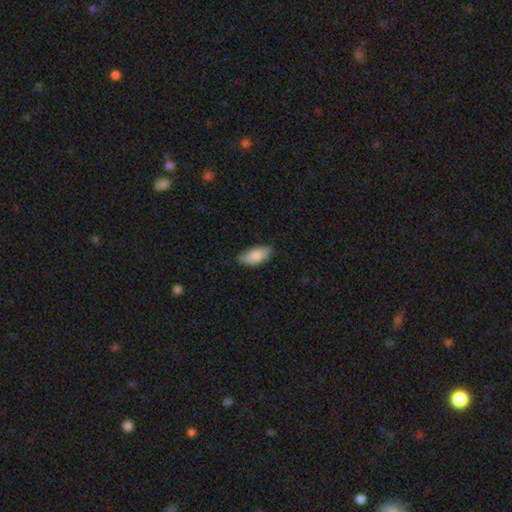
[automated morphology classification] This appears to be a smooth galaxy with no disk features (85%) that is in between round and cigar-shaped (91%). Merging: none (73%).